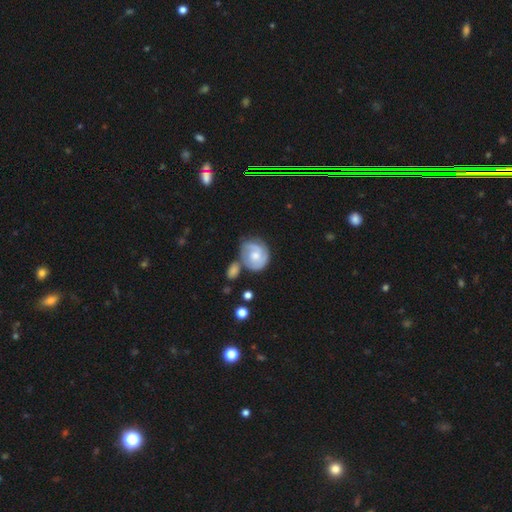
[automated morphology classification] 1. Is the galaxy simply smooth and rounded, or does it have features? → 66% featured or disk, 28% smooth, 6% star or artifact.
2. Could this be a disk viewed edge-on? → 97% no, 3% yes.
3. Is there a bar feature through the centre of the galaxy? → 66% no, 30% weak, 4% strong.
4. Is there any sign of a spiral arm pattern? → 87% yes, 13% no.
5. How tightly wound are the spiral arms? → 56% tight, 33% medium, 11% loose.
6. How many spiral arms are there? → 50% 2, 23% can't tell, 14% 1, 9% 3, 2% 4, 2% more than 4.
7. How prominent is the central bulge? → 62% moderate, 24% small, 9% large, 4% none, 1% dominant.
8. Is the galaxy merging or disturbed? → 50% none, 22% minor disturbance, 18% merger, 9% major disturbance.